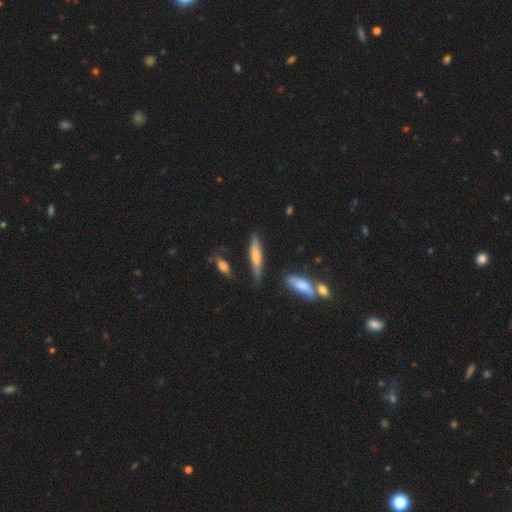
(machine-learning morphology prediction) type=smooth (64%); roundness=cigar-shaped (83%); merging=none (71%).